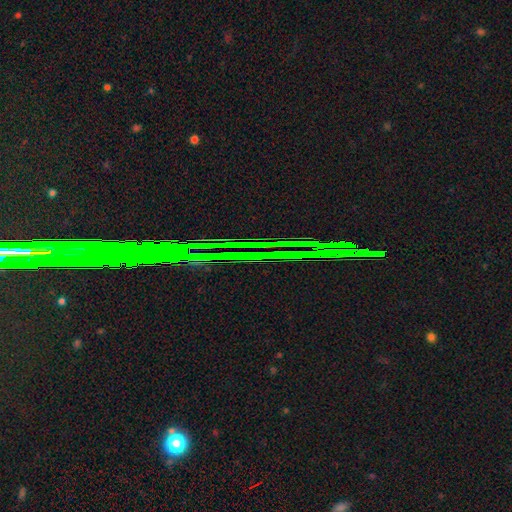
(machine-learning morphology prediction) Smooth or featured?
  - star or artifact: 83% *
  - featured or disk: 9%
  - smooth: 7%